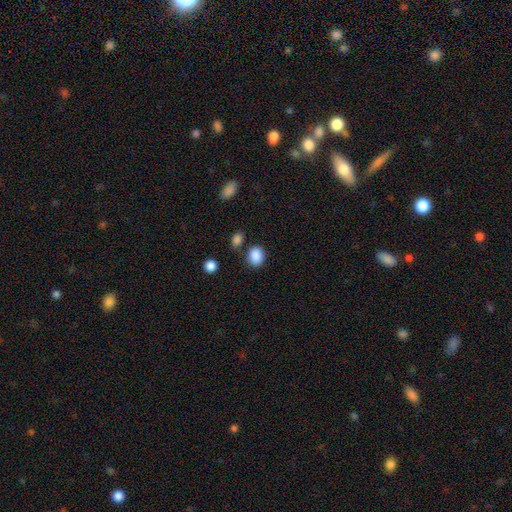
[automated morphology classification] Smooth or featured? Predicted: smooth (p=0.88). How rounded? Predicted: round (p=0.51). Merging? Predicted: none (p=0.78).